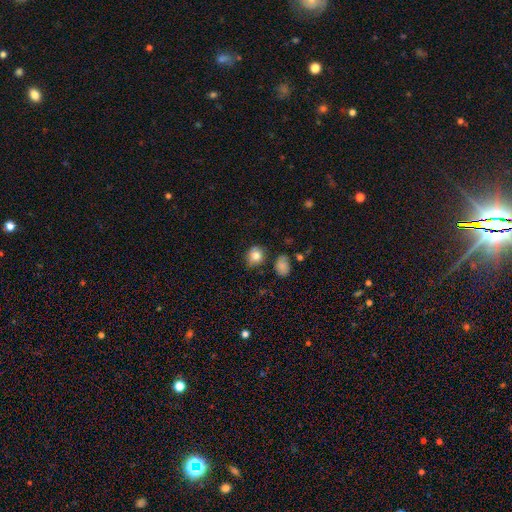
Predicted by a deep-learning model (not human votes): smooth 82%, star or artifact 9%, featured or disk 9%. Down the decision tree: how rounded — round (63%); merging — none (74%).